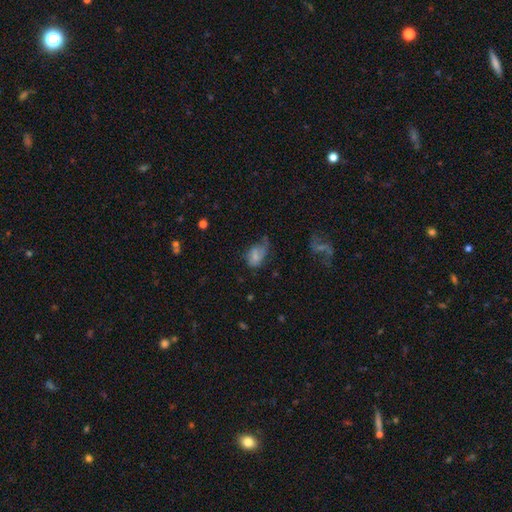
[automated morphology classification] A smooth galaxy with no disk features (59%) that is in between round and cigar-shaped (83%).

Vote fractions:
- Smooth or featured? smooth: 59% / featured or disk: 31% / star or artifact: 11%
- How rounded? in between: 83% / round: 16% / cigar-shaped: 2%
- Merging? minor disturbance: 35% / none: 31% / major disturbance: 29% / merger: 4%